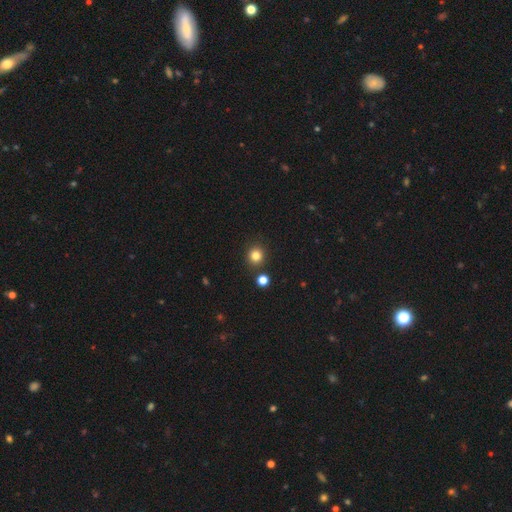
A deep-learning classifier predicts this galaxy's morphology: Overall: smooth (81%). How rounded: round (90%). Merging: none (87%).